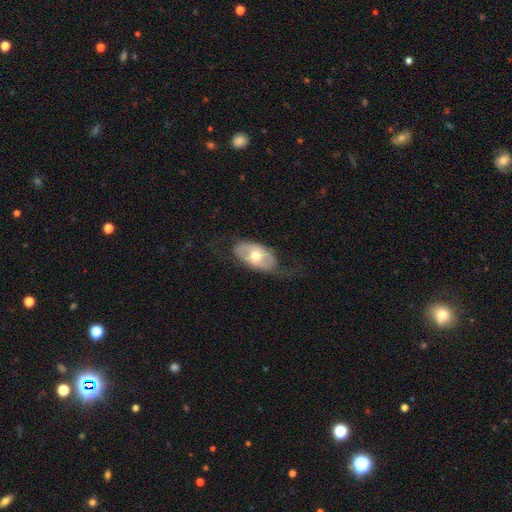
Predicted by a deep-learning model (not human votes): Morphology: type=featured or disk (51%); edge-on=no (86%); merging=none (57%).